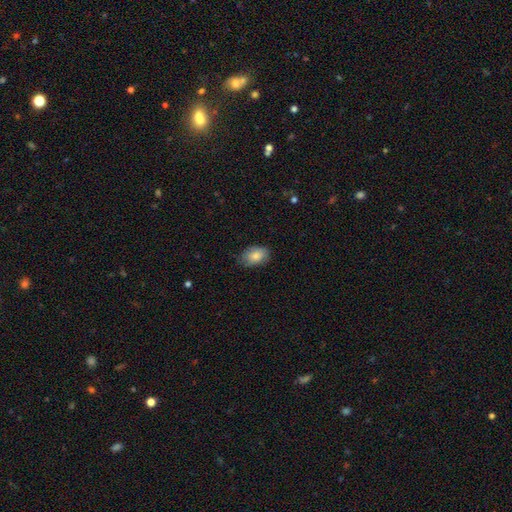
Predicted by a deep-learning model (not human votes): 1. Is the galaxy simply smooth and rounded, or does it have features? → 83% smooth, 10% featured or disk, 7% star or artifact.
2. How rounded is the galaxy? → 87% in between, 12% round, 1% cigar-shaped.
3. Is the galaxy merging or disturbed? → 79% none, 17% minor disturbance, 3% major disturbance, 1% merger.